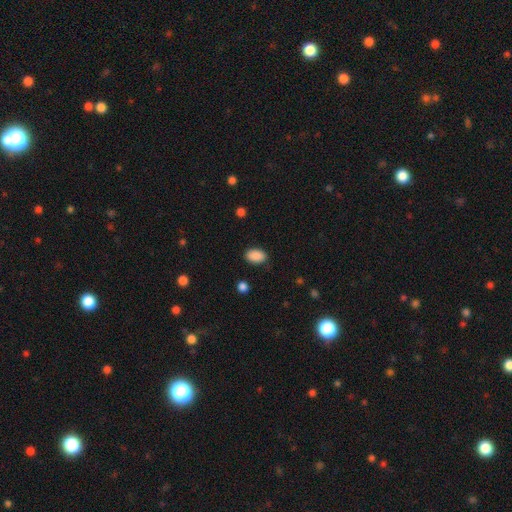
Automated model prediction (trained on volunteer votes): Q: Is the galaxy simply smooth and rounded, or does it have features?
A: smooth — 89%.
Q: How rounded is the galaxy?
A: in between — 90%.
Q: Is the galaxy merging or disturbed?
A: none — 86%.